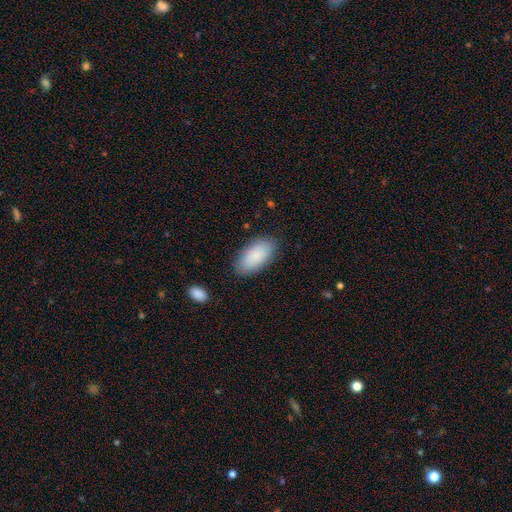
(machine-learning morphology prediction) smooth_or_featured: smooth (p=0.86) [alt: featured or disk p=0.08]
how_rounded: in between (p=0.94) [alt: cigar-shaped p=0.04]
merging: none (p=0.84) [alt: minor disturbance p=0.11]